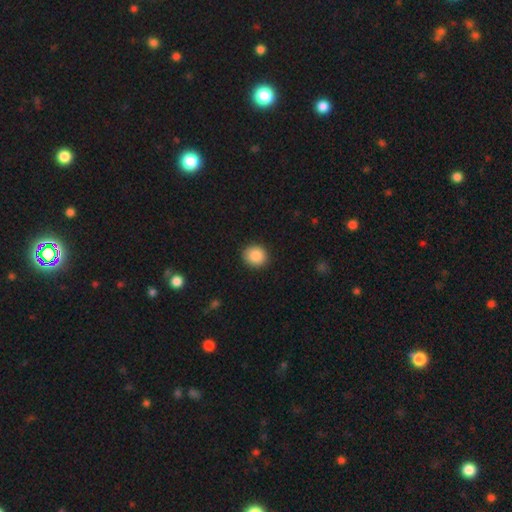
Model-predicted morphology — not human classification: Overall: smooth (88%). How rounded: round (81%). Merging: none (90%).